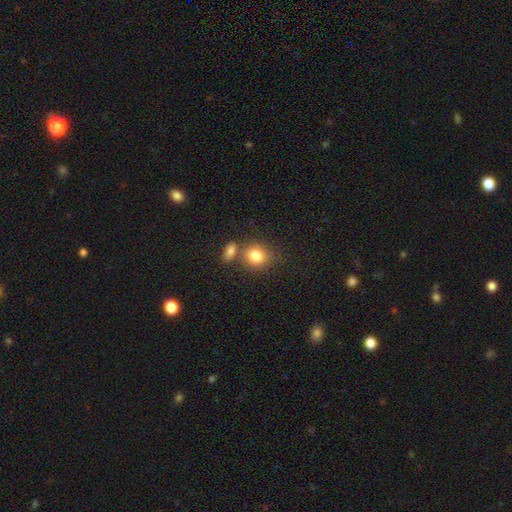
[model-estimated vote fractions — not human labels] This appears to be a smooth galaxy with no disk features (81%) that is round (74%). Merging: none (61%).